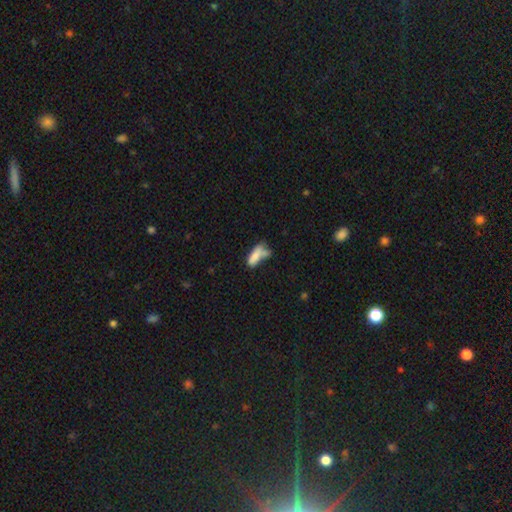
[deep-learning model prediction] Morphology: type=smooth (74%); roundness=in between (61%); merging=merger (35%).